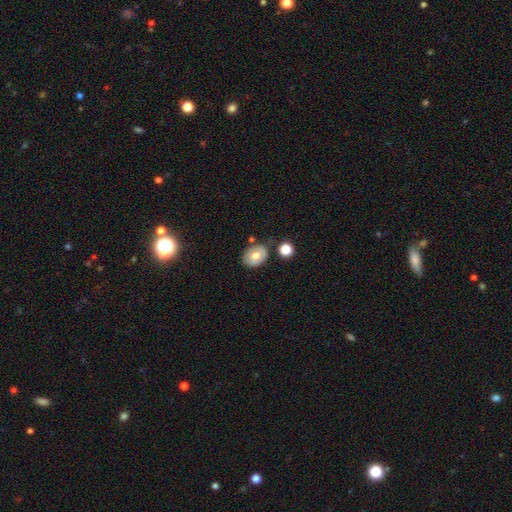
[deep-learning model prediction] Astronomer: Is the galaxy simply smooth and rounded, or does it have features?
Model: smooth — 67%.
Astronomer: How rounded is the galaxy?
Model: in between — 76%.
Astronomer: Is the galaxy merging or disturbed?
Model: none — 72%.